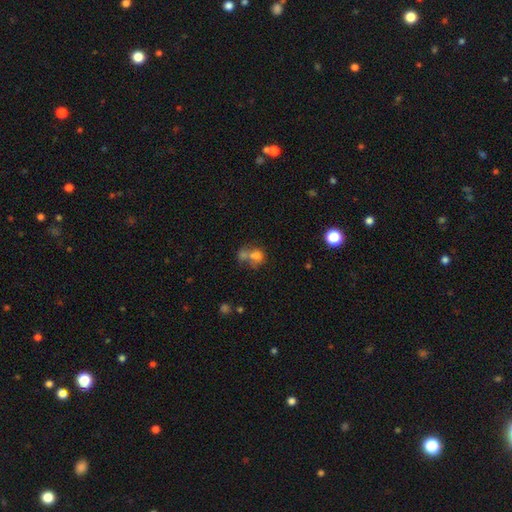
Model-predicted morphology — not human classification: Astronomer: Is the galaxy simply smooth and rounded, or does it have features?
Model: smooth — 69%.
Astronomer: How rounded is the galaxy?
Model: round — 52% (runner-up: in between, 47%).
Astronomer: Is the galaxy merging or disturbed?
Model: merger — 57%.